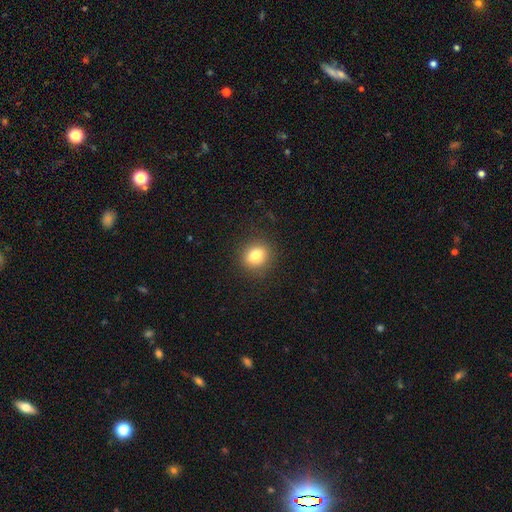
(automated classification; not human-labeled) A smooth galaxy with no disk features (81%) that is round (71%). Merging: none (89%).